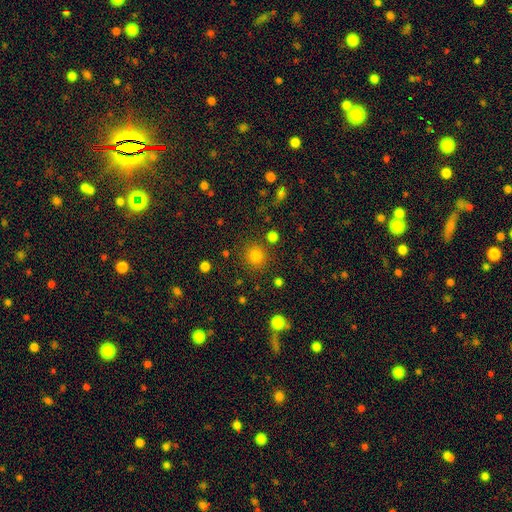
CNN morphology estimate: Smooth or featured?
  - smooth: 81% *
  - star or artifact: 14%
  - featured or disk: 5%
How rounded?
  - round: 90% *
  - in between: 9%
  - cigar-shaped: 1%
Merging?
  - none: 85% *
  - minor disturbance: 7%
  - merger: 4%
  - major disturbance: 3%